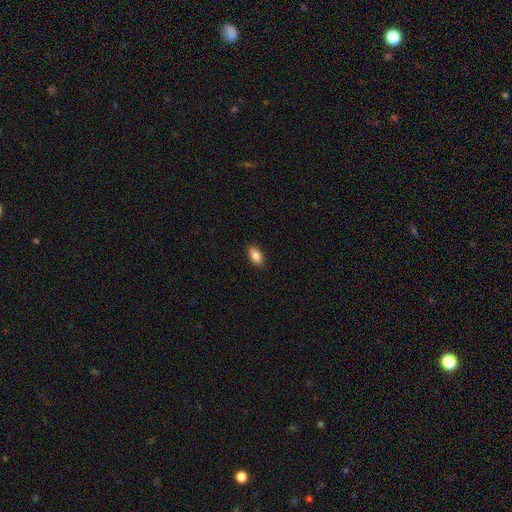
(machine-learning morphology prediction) Smooth or featured? Predicted: smooth (p=0.86). How rounded? Predicted: in between (p=0.91). Merging? Predicted: none (p=0.89).